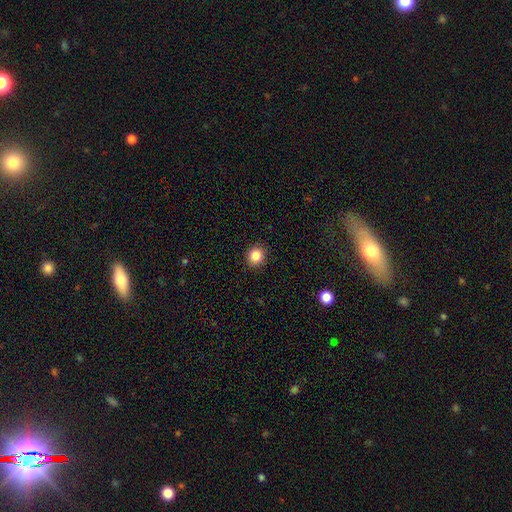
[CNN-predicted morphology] Smooth or featured? smooth (86%)
How rounded? round (81%)
Merging? none (91%)